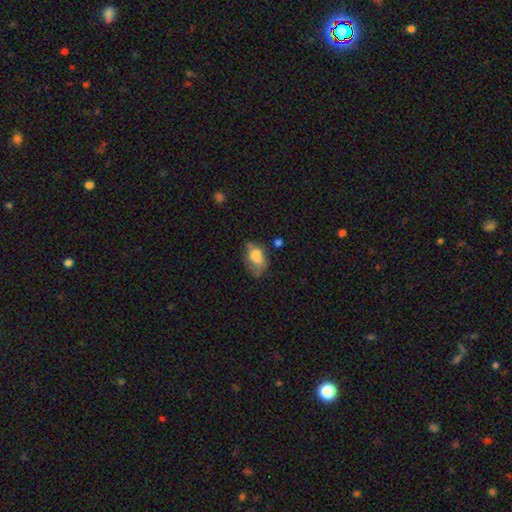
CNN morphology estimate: Overall: smooth (70%). How rounded: in between (83%). Merging: none (34%, tied with minor disturbance).